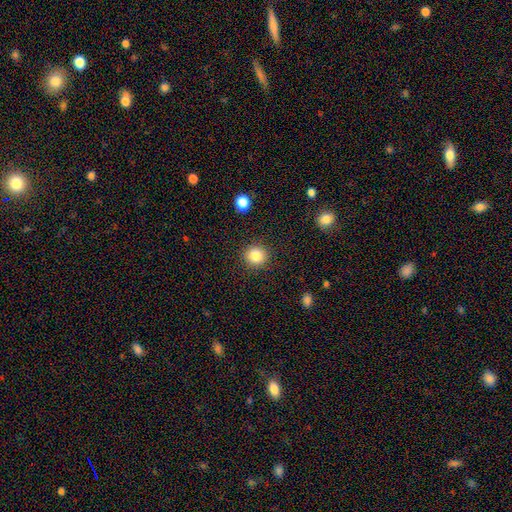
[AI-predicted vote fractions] Smooth or featured? Predicted: smooth (p=0.84). How rounded? Predicted: round (p=0.90). Merging? Predicted: none (p=0.91).